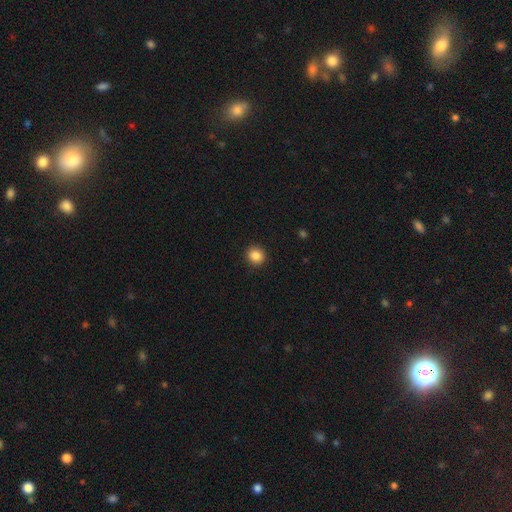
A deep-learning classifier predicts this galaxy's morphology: type=smooth (86%); roundness=round (90%); merging=none (92%).